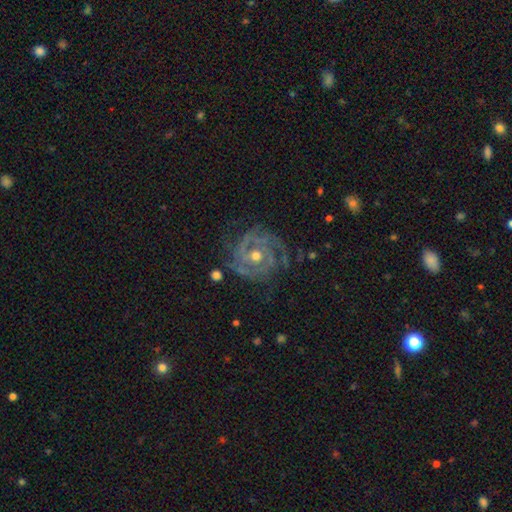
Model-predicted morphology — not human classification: The model was most divided on "spiral arm count": 3: 33%, 2: 28%, can't tell: 18%, 4: 9%, 1: 6%, more than 4: 6%. More confident: edge-on disk — no (97%); spiral arms — yes (97%); smooth or featured — featured or disk (89%); merging — none (74%); spiral winding — tight (70%); bulge size — moderate (68%); bar — no (64%).